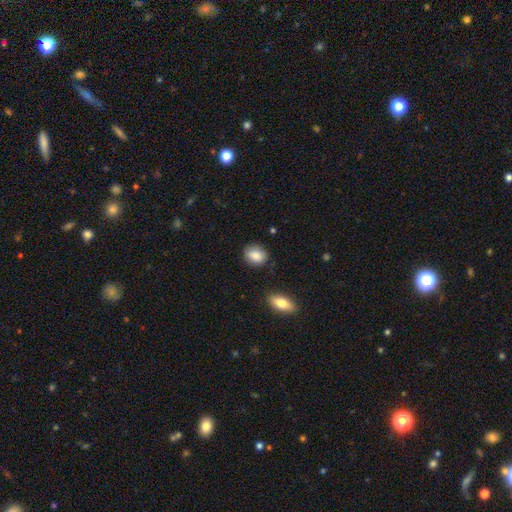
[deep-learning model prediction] Morphology: type=smooth (85%); roundness=in between (54%); merging=none (82%).